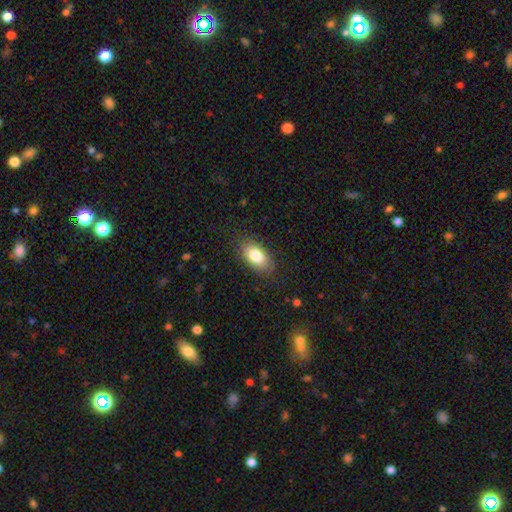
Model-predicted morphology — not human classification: The model was most divided on "smooth or featured": smooth: 81%, featured or disk: 12%, star or artifact: 7%. More confident: how rounded — in between (92%); merging — none (82%).